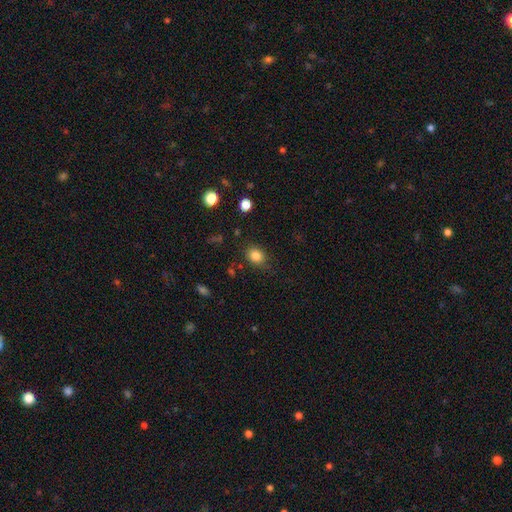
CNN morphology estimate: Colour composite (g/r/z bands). It shows a smooth galaxy with no disk features (83%) that is round (53%). Merging: none (80%).